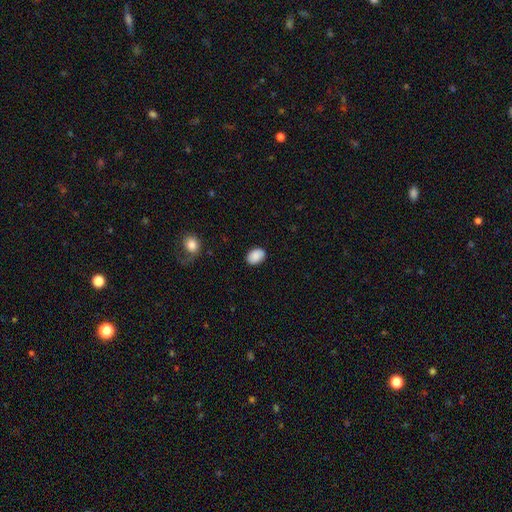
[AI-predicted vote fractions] smooth-or-featured: smooth: 90% | star or artifact: 7% | featured or disk: 4%
  how-rounded: in between: 78% | round: 21% | cigar-shaped: 1%
  merging: none: 87% | minor disturbance: 10% | major disturbance: 2% | merger: 1%